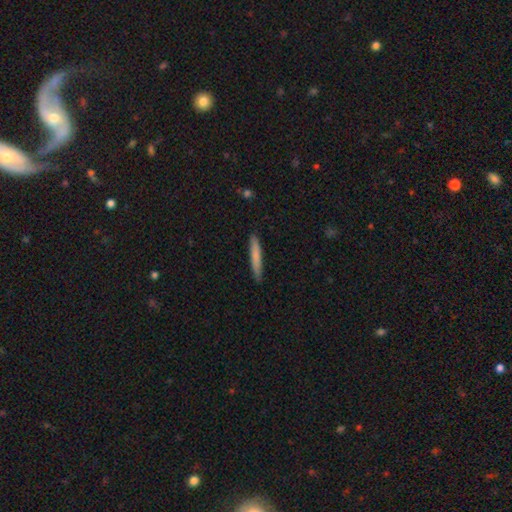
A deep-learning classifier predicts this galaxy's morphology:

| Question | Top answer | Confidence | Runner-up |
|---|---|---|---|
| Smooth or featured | smooth | 76% | featured or disk (19%) |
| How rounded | cigar-shaped | 95% | in between (4%) |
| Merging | none | 88% | minor disturbance (9%) |